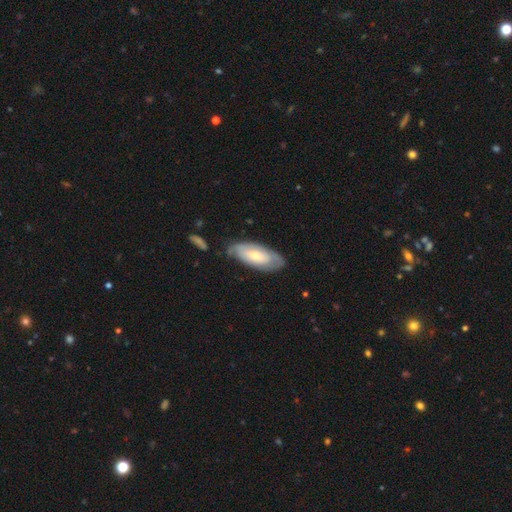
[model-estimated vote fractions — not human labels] Smooth or featured: smooth — 52% (featured or disk — 43%)
How rounded: in between — 84% (cigar-shaped — 15%)
Merging: none — 69% (minor disturbance — 22%)